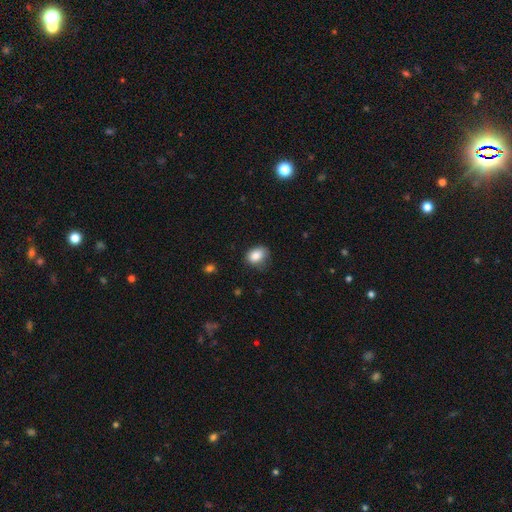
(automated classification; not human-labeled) Morphology: type=smooth (84%); roundness=in between (64%); merging=none (61%).